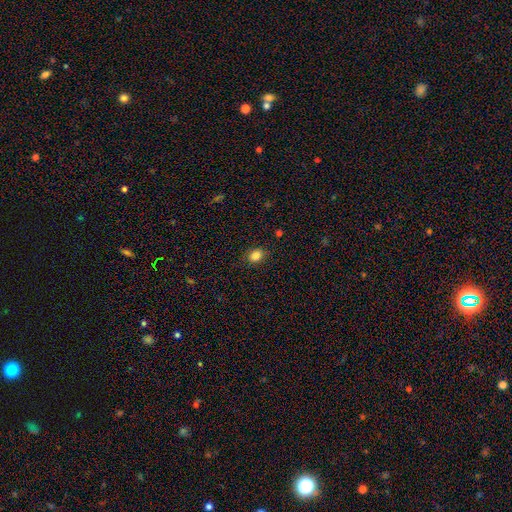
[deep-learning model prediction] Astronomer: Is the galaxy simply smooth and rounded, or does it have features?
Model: smooth — 84%.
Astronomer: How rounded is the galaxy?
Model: in between — 58% (runner-up: round, 41%).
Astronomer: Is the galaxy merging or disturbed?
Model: none — 86%.